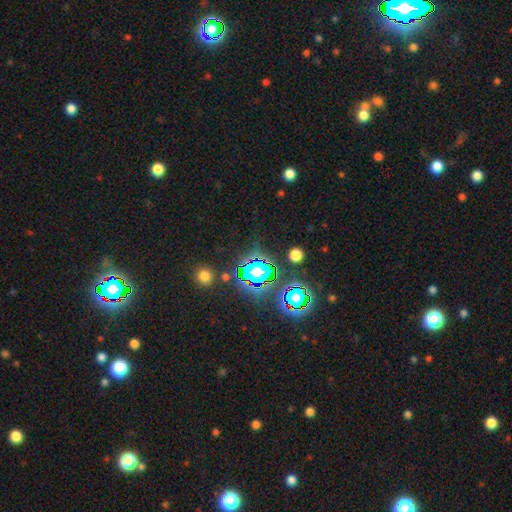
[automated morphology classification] type=star or artifact (81%).